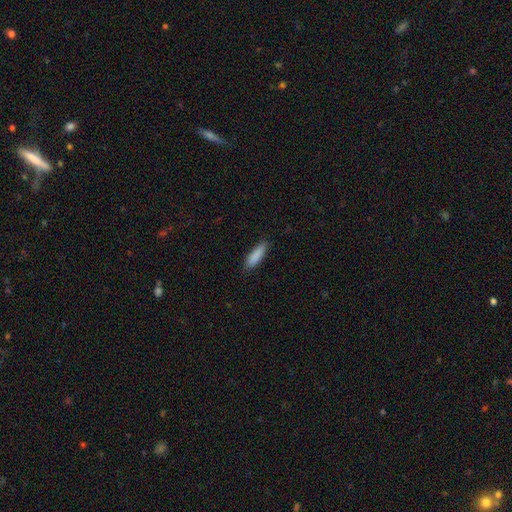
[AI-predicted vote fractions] A smooth galaxy with no disk features (88%) that is cigar-shaped (65%). Merging: none (86%).